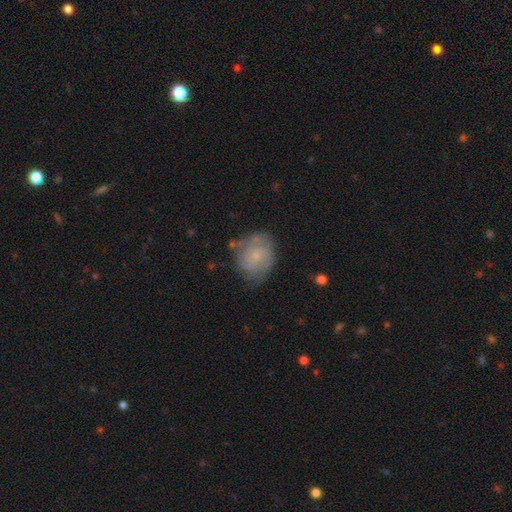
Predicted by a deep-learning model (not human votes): A featured or disk galaxy (56%) with no bar (71%), spiral arms (77%) and a small central bulge (67%).

Vote fractions:
- Smooth or featured? featured or disk: 56% / smooth: 36% / star or artifact: 8%
- Edge-on disk? no: 98% / yes: 2%
- Bar? no: 71% / weak: 26% / strong: 3%
- Spiral arms? yes: 77% / no: 23%
- Bulge size? small: 67% / moderate: 21% / none: 10% / large: 1% / dominant: 1%
- Merging? none: 61% / minor disturbance: 26% / major disturbance: 10% / merger: 3%